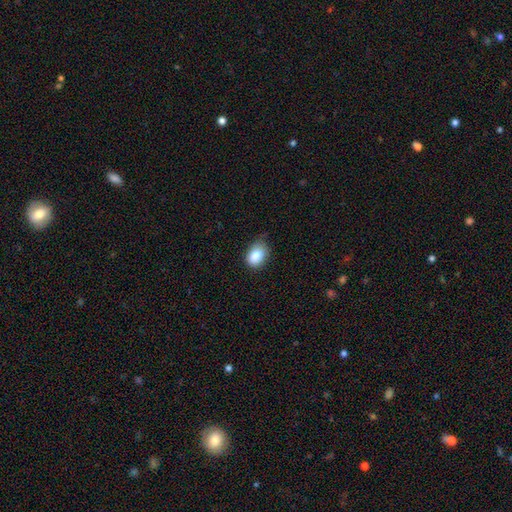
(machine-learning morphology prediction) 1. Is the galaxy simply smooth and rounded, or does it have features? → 85% smooth, 8% star or artifact, 6% featured or disk.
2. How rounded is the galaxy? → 75% in between, 24% round, 1% cigar-shaped.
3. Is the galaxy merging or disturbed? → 56% none, 36% minor disturbance, 7% major disturbance, 2% merger.